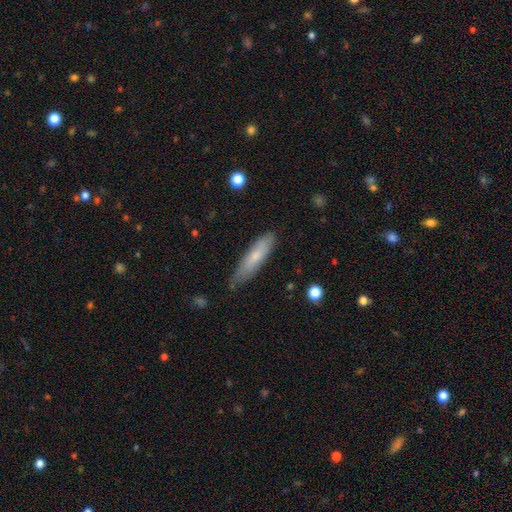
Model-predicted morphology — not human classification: smooth 67%, featured or disk 27%, star or artifact 6%. Down the decision tree: how rounded — cigar-shaped (75%); merging — none (72%).